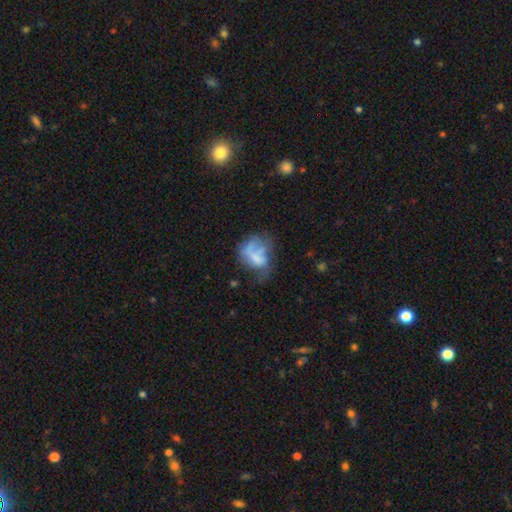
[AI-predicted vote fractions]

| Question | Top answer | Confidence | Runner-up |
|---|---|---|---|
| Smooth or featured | smooth | 50% | featured or disk (40%) |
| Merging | major disturbance | 40% | none (26%) |